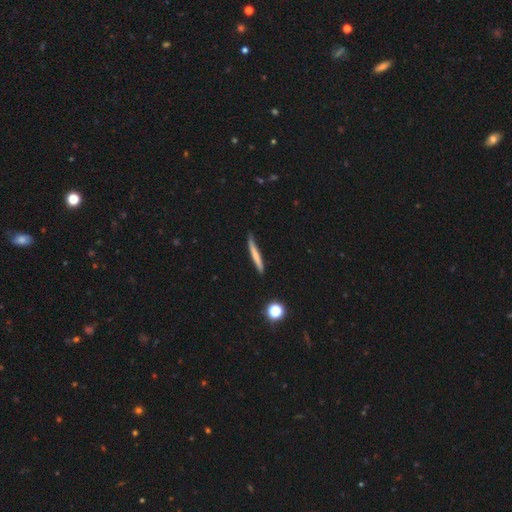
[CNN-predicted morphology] smooth 61%, featured or disk 32%, star or artifact 7%. Down the decision tree: how rounded — cigar-shaped (95%); merging — none (79%).